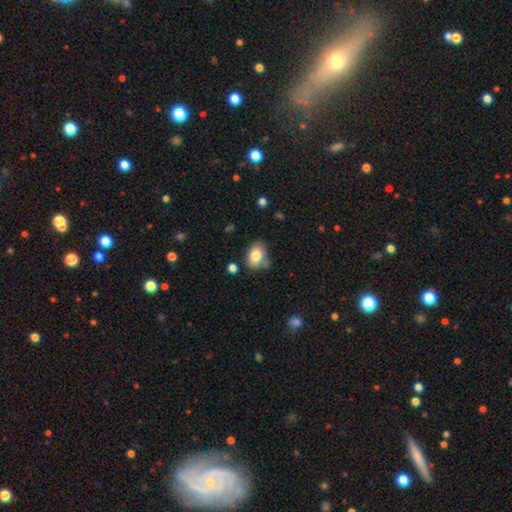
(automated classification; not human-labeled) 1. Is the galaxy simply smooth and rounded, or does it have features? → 80% smooth, 11% featured or disk, 9% star or artifact.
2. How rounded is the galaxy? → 79% in between, 19% round, 1% cigar-shaped.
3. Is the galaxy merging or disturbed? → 67% none, 21% minor disturbance, 8% merger, 5% major disturbance.